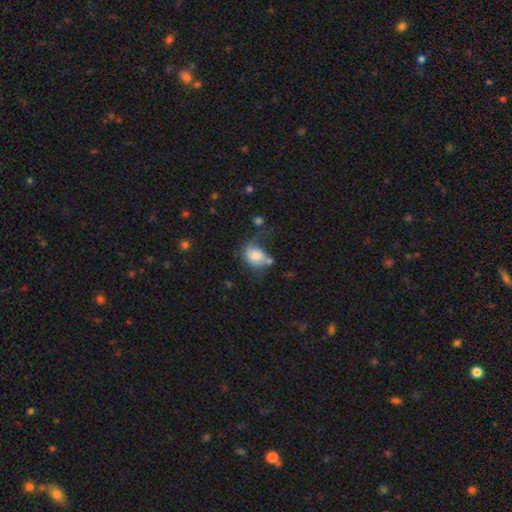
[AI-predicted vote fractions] smooth-or-featured: smooth: 71% | featured or disk: 20% | star or artifact: 9%
  how-rounded: in between: 58% | round: 40% | cigar-shaped: 1%
  merging: none: 36% | minor disturbance: 27% | major disturbance: 21% | merger: 16%